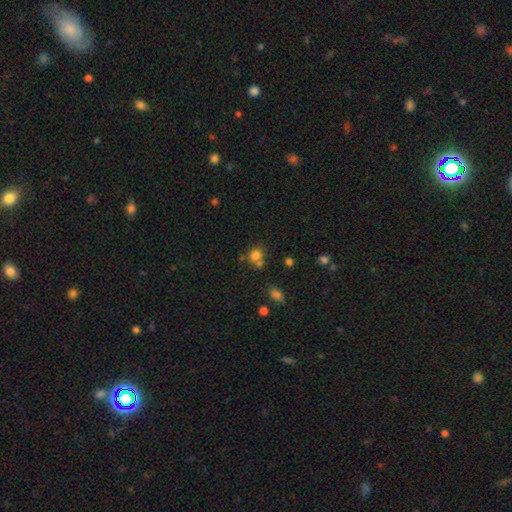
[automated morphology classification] type=smooth (77%); roundness=round (78%); merging=none (51%).